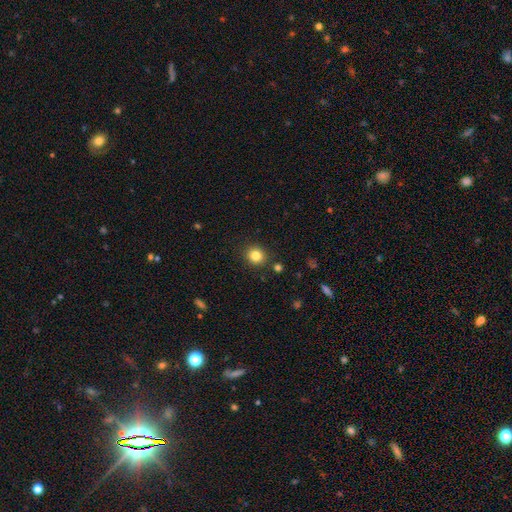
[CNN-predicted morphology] smooth 82%, star or artifact 12%, featured or disk 6%. Down the decision tree: how rounded — round (87%); merging — none (88%).